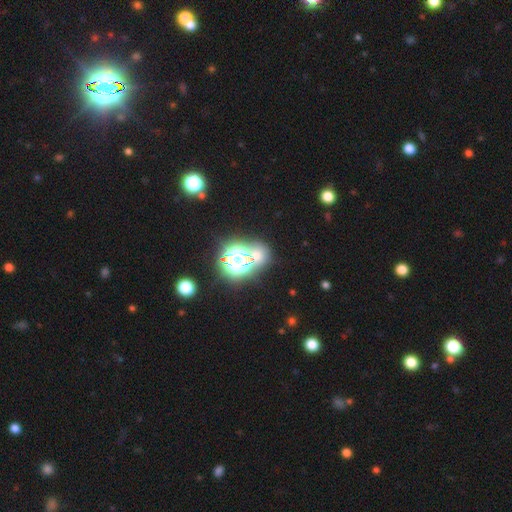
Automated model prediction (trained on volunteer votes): The model was most divided on "smooth or featured": star or artifact: 58%, smooth: 31%, featured or disk: 11%.